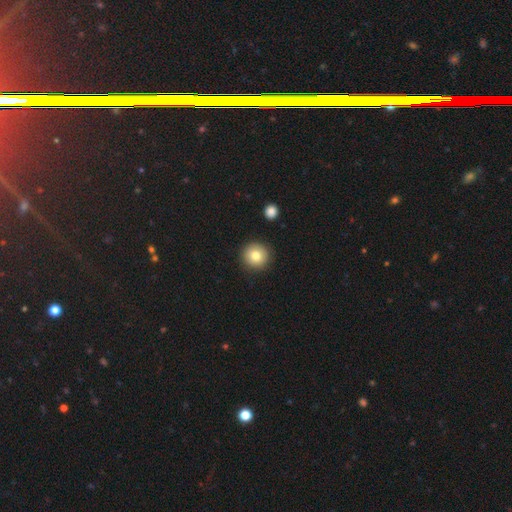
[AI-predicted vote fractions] Morphology: type=smooth (79%); roundness=round (95%); merging=none (90%).